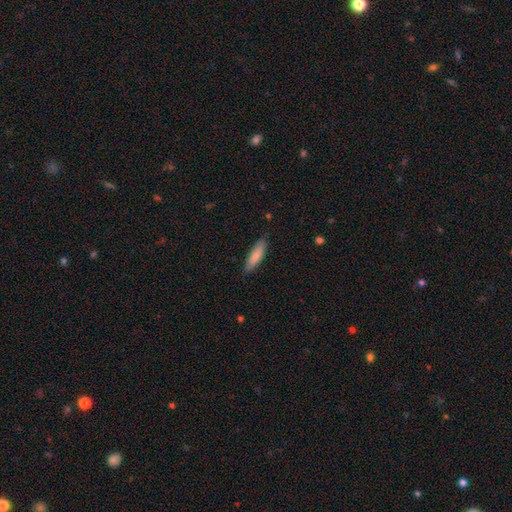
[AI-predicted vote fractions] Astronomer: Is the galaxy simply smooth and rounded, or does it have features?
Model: smooth — 83%.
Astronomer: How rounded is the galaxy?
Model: cigar-shaped — 61% (runner-up: in between, 37%).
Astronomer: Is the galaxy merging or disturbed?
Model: none — 85%.